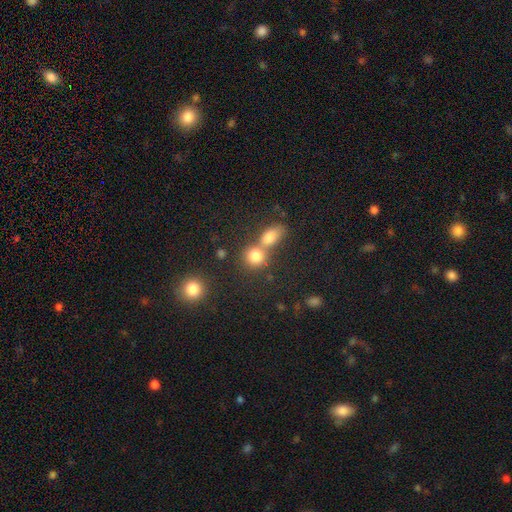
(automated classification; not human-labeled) Smooth or featured: smooth — 79% (star or artifact — 12%)
How rounded: round — 73% (in between — 25%)
Merging: merger — 48% (none — 41%)